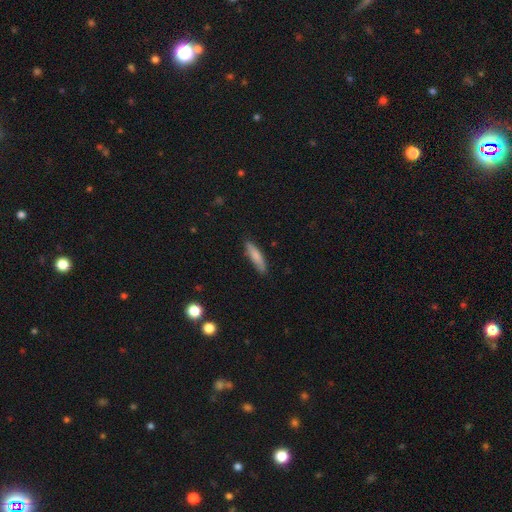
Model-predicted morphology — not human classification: type=smooth (78%); roundness=cigar-shaped (76%); merging=none (85%).